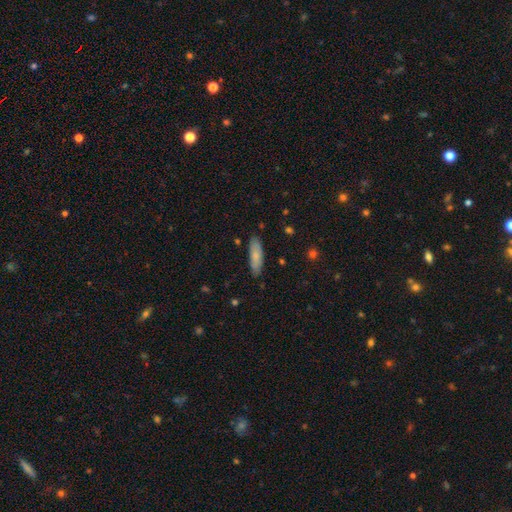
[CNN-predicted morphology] Smooth or featured?
  - smooth: 79% *
  - featured or disk: 16%
  - star or artifact: 6%
How rounded?
  - cigar-shaped: 51% *
  - in between: 47%
  - round: 2%
Merging?
  - none: 84% *
  - minor disturbance: 12%
  - major disturbance: 2%
  - merger: 1%